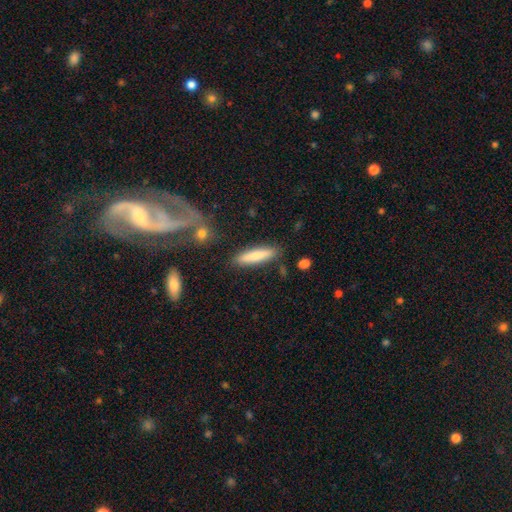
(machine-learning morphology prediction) type=smooth (80%); roundness=cigar-shaped (81%); merging=none (86%).